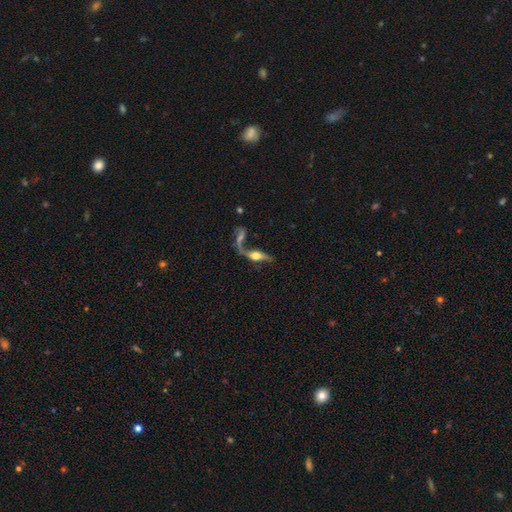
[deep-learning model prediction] This appears to be a featured or disk galaxy (64%) viewed edge-on (54%). Merging: merger (43%).